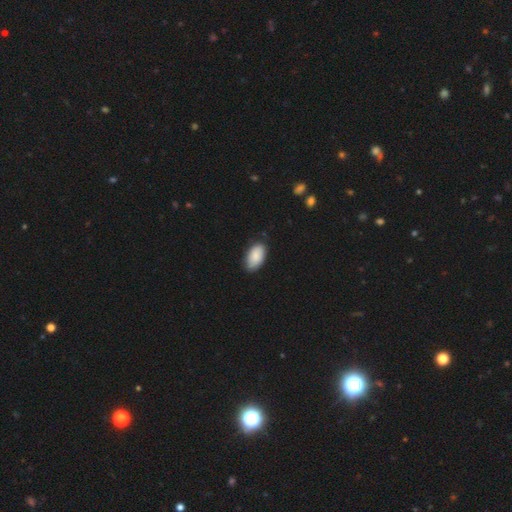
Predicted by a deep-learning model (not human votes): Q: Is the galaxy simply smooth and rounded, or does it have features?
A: smooth — 88%.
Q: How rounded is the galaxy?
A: in between — 95%.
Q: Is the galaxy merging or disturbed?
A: none — 80%.